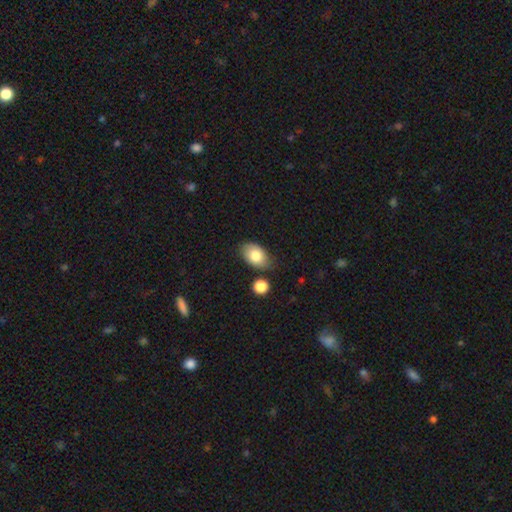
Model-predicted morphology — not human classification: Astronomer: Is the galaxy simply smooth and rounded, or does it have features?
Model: smooth — 80%.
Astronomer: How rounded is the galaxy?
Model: in between — 88%.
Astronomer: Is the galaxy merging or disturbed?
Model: none — 74%.